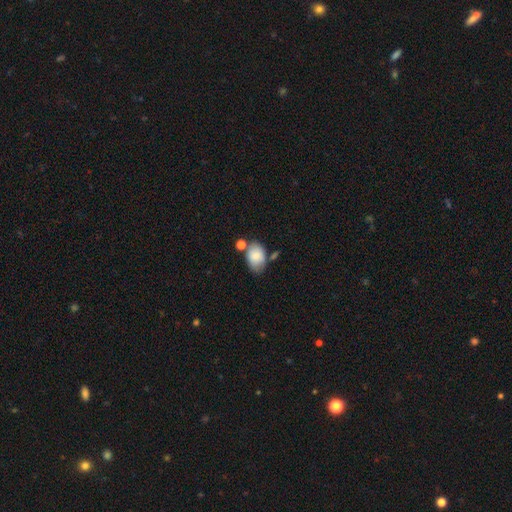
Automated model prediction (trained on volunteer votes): Morphology: type=smooth (83%); roundness=in between (81%); merging=none (56%).